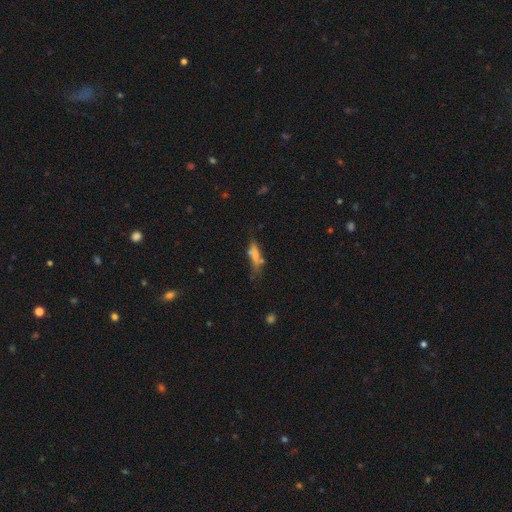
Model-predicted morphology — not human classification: The model was most divided on "smooth or featured": smooth: 50%, featured or disk: 35%, star or artifact: 15%. Remaining: how rounded — cigar-shaped (65%); merging — none (49%).